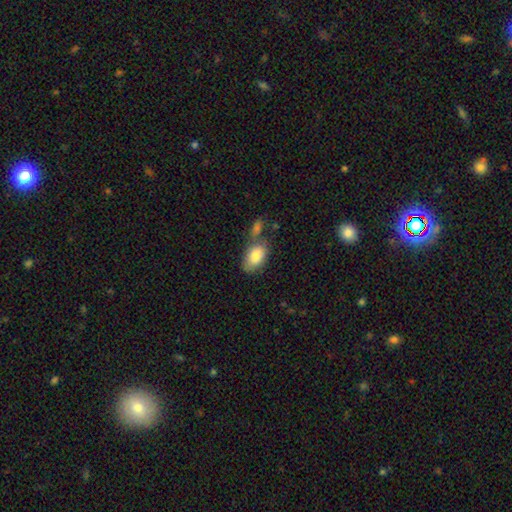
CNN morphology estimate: smooth 82%, featured or disk 11%, star or artifact 6%. Down the decision tree: how rounded — in between (91%); merging — none (54%).